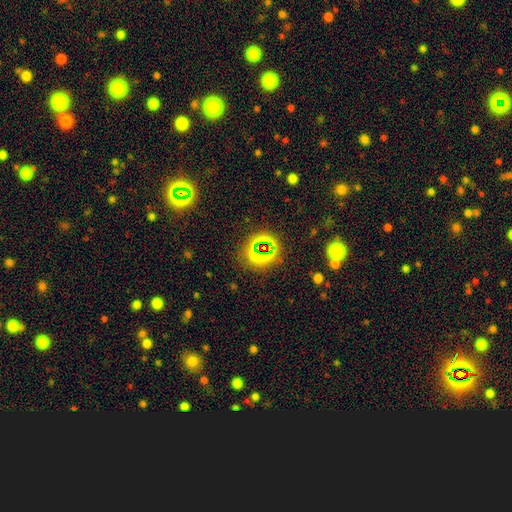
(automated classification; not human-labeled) Q: Smooth or featured?
A: star or artifact (57%); runner-up: smooth (33%)